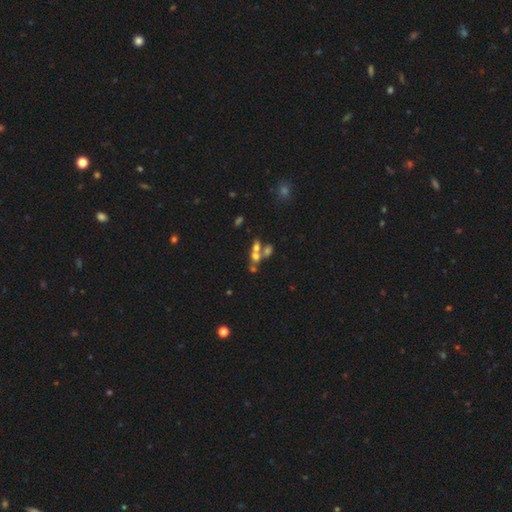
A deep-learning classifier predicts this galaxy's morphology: Overall: smooth (51%; featured or disk 29%). How rounded: round (48%; in between 47%). Merging: merger (57%; none 29%).